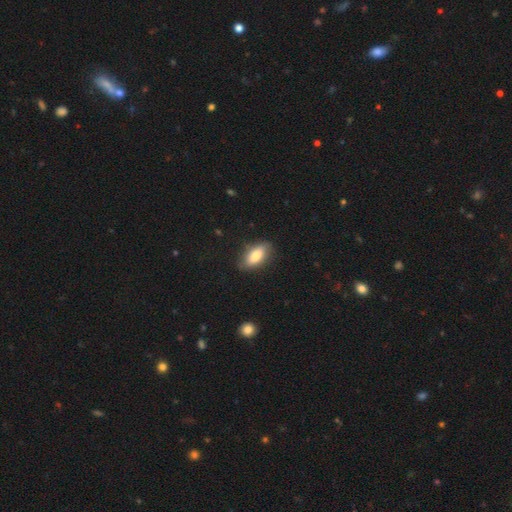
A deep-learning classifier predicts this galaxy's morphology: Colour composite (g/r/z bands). It shows a smooth galaxy with no disk features (80%) that is in between round and cigar-shaped (85%). Merging: none (81%).